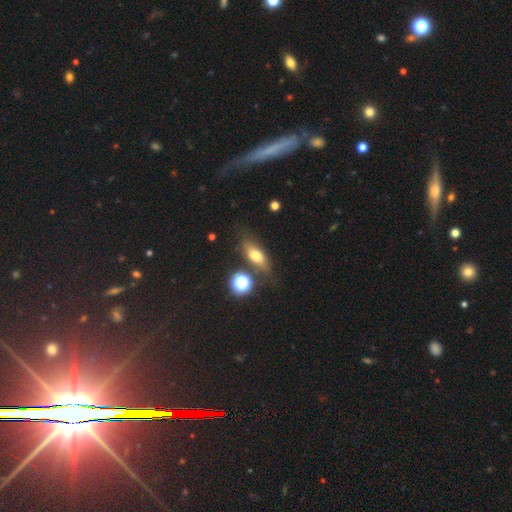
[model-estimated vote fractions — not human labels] Morphology: type=smooth (66%); roundness=in between (68%); merging=none (72%).